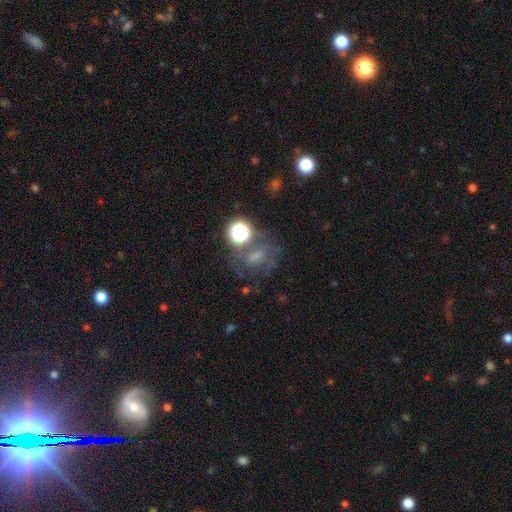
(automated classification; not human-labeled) A smooth galaxy with no disk features (37%, tied with featured or disk). Merging: none (48%).